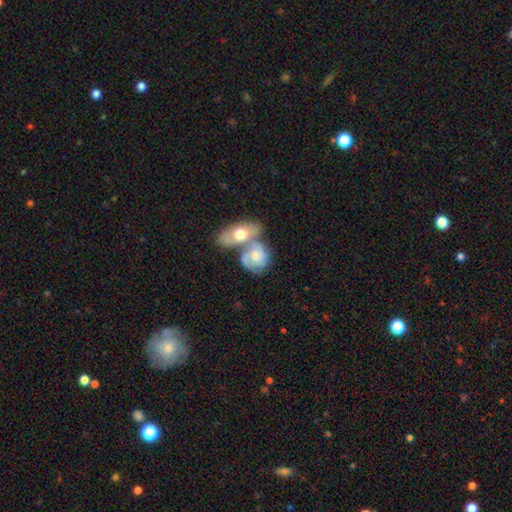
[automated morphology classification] The model was most divided on "smooth or featured": featured or disk: 57%, smooth: 38%, star or artifact: 6%. More confident: edge-on disk — no (94%); bar — no (77%); spiral arms — yes (74%); bulge size — moderate (58%); merging — merger (57%).